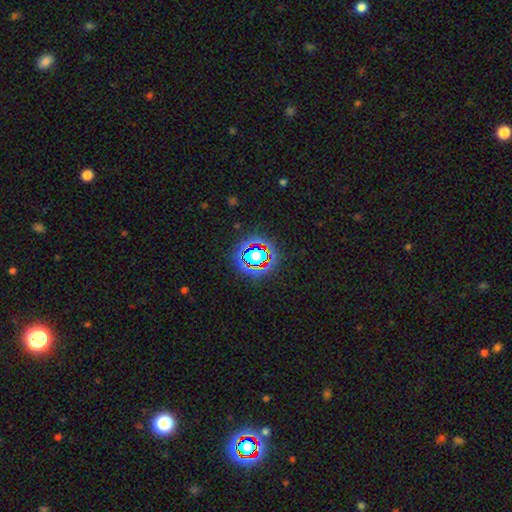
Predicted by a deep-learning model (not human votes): A star or artifact, not a galaxy (61%).

Vote fractions:
- Smooth or featured? star or artifact: 61% / smooth: 26% / featured or disk: 13%